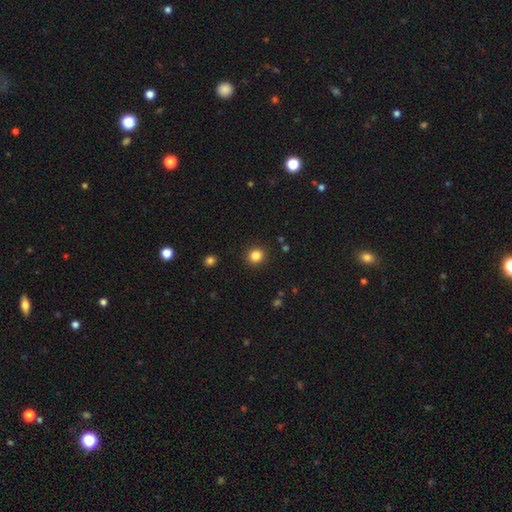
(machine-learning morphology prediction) A smooth galaxy with no disk features (84%) that is round (91%).

Vote fractions:
- Smooth or featured? smooth: 84% / star or artifact: 12% / featured or disk: 4%
- How rounded? round: 91% / in between: 8% / cigar-shaped: 1%
- Merging? none: 91% / minor disturbance: 5% / major disturbance: 2% / merger: 1%